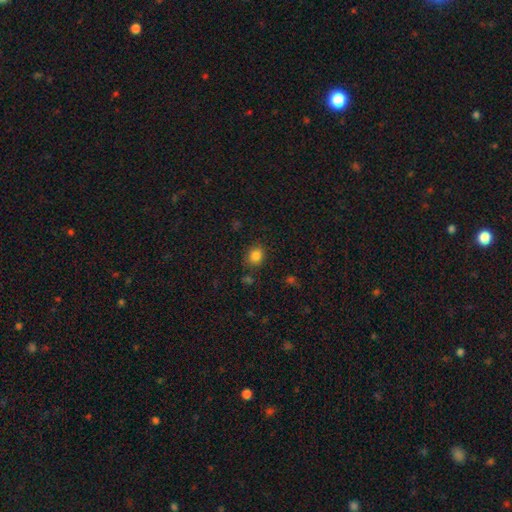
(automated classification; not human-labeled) A smooth galaxy with no disk features (84%) that is round (69%). Merging: none (81%).